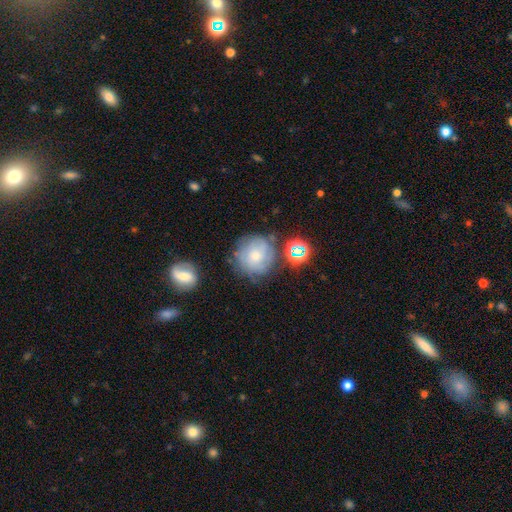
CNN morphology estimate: Smooth or featured?
  - smooth: 57% *
  - featured or disk: 30%
  - star or artifact: 12%
How rounded?
  - round: 92% *
  - in between: 7%
  - cigar-shaped: 1%
Merging?
  - none: 63% *
  - minor disturbance: 20%
  - merger: 9%
  - major disturbance: 8%